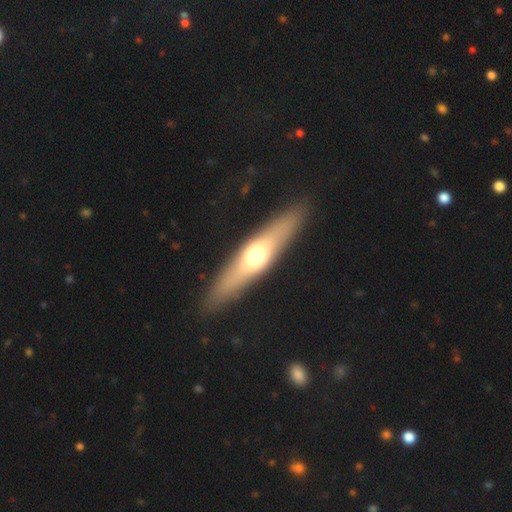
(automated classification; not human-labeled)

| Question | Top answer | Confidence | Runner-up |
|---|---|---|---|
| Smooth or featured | featured or disk | 49% | smooth (45%) |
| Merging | none | 88% | minor disturbance (8%) |